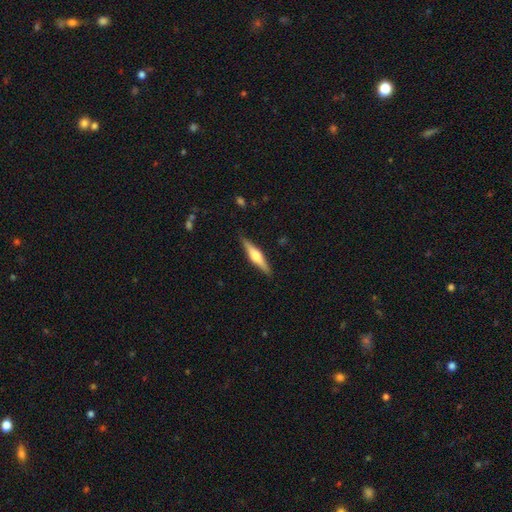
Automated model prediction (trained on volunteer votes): Smooth or featured?
  - featured or disk: 61% *
  - smooth: 33%
  - star or artifact: 5%
Edge-on disk?
  - yes: 97% *
  - no: 3%
Edge-on bulge?
  - rounded: 92% *
  - boxy: 5%
  - none: 3%
Merging?
  - none: 89% *
  - minor disturbance: 8%
  - major disturbance: 2%
  - merger: 1%